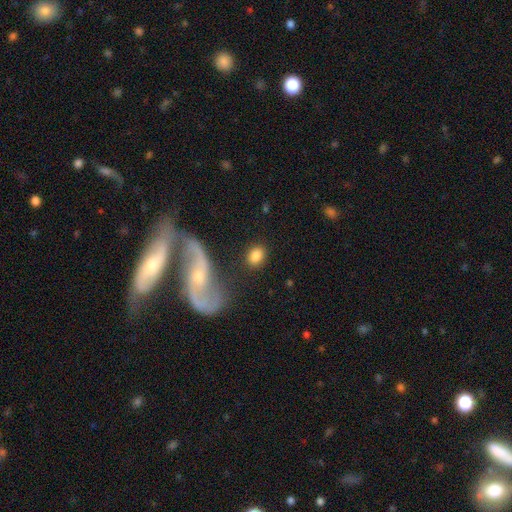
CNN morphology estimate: This is clearly a smooth galaxy (81%). How rounded: likely in between (62%). Merging: likely none (79%).